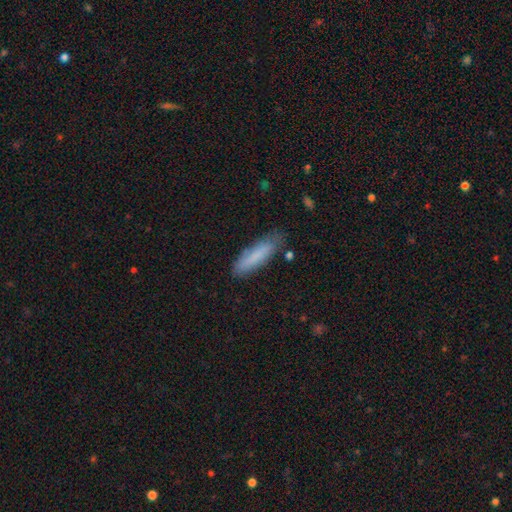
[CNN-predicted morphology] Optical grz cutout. It shows a smooth galaxy with no disk features (80%) that is cigar-shaped (68%). Merging: none (76%).